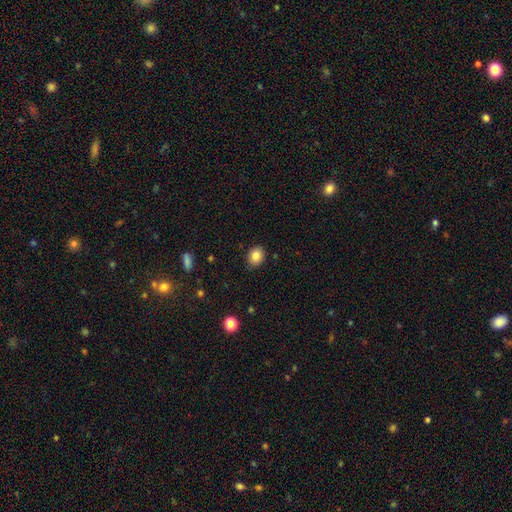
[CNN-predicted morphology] Q: Smooth or featured?
A: smooth (84%); runner-up: star or artifact (9%)
Q: How rounded?
A: round (50%); runner-up: in between (49%)
Q: Merging?
A: none (87%); runner-up: minor disturbance (10%)